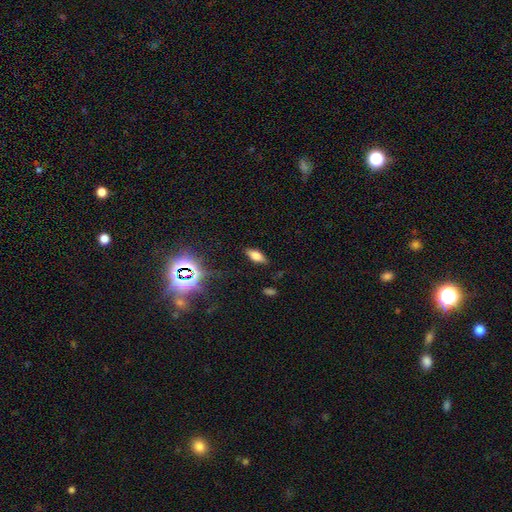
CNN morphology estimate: smooth 68%, featured or disk 18%, star or artifact 15%. Down the decision tree: how rounded — in between (79%); merging — none (84%).